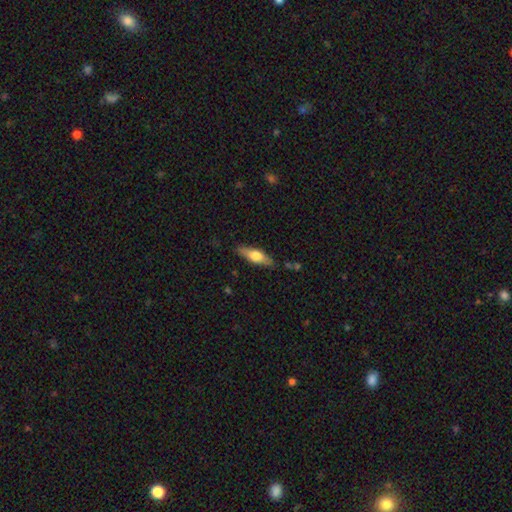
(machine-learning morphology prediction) A smooth galaxy with no disk features (55%) that is cigar-shaped (51%). Merging: none (82%).